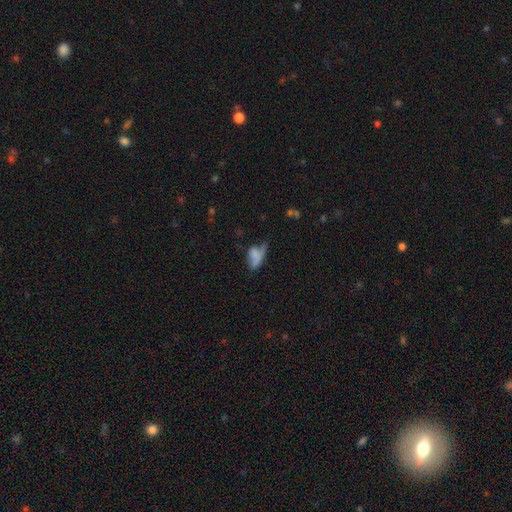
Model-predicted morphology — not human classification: Q: Smooth or featured?
A: smooth (63%); runner-up: featured or disk (25%)
Q: How rounded?
A: in between (80%); runner-up: cigar-shaped (14%)
Q: Merging?
A: major disturbance (32%); runner-up: minor disturbance (27%)